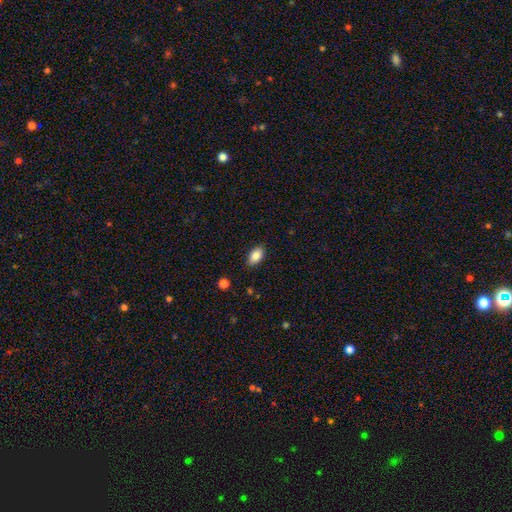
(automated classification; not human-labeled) This is clearly a smooth galaxy (86%). How rounded: clearly in between (92%). Merging: clearly none (87%).